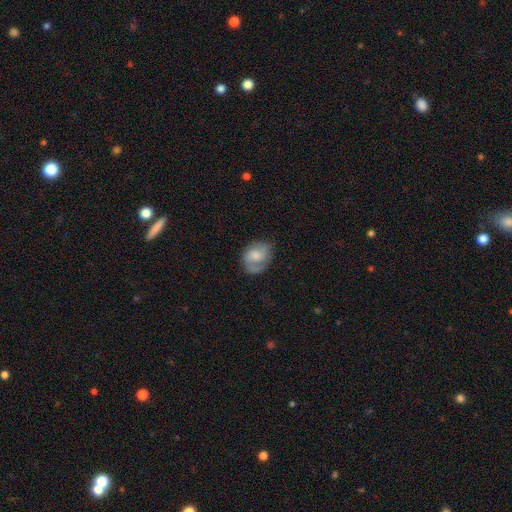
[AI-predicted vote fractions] featured or disk 52%, smooth 41%, star or artifact 7%. Down the decision tree: edge-on disk — no (97%); bar — no (65%); spiral arms — yes (85%); bulge size — moderate (45%); merging — none (64%).